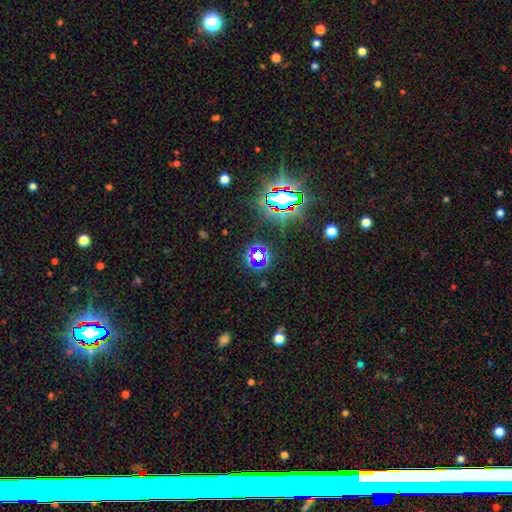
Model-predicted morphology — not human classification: star or artifact 72%, smooth 18%, featured or disk 10%.